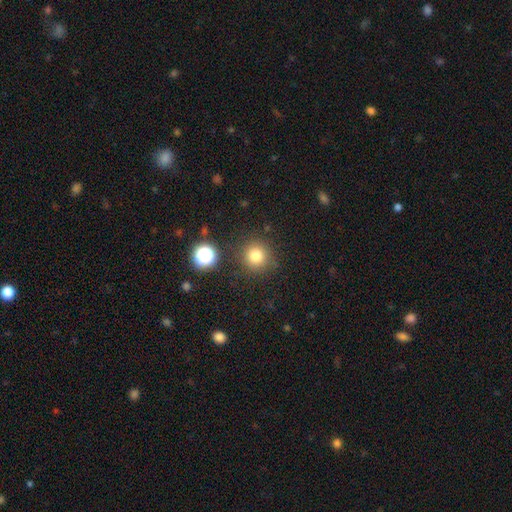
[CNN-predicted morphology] smooth 79%, star or artifact 15%, featured or disk 7%. Down the decision tree: how rounded — round (94%); merging — none (86%).